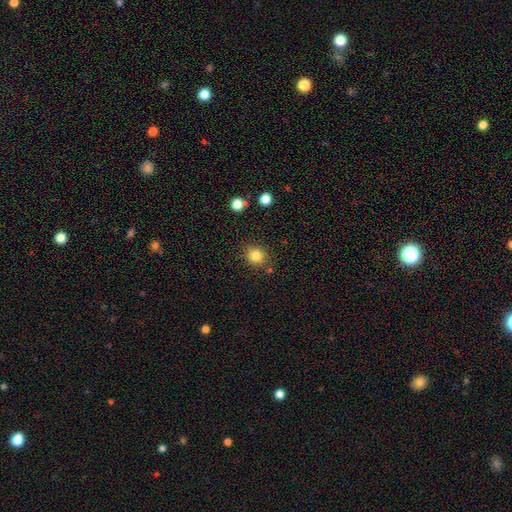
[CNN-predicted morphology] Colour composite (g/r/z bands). It shows a smooth galaxy with no disk features (83%) that is round (80%). Merging: none (85%).